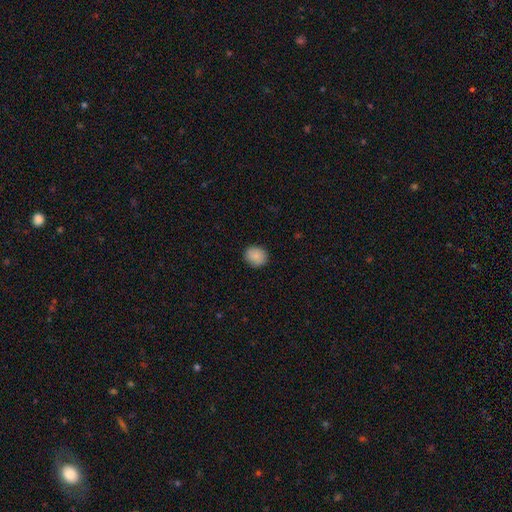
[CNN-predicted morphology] Smooth or featured?
  - smooth: 87% *
  - star or artifact: 8%
  - featured or disk: 5%
How rounded?
  - round: 72% *
  - in between: 27%
  - cigar-shaped: 1%
Merging?
  - none: 89% *
  - minor disturbance: 9%
  - major disturbance: 2%
  - merger: 1%